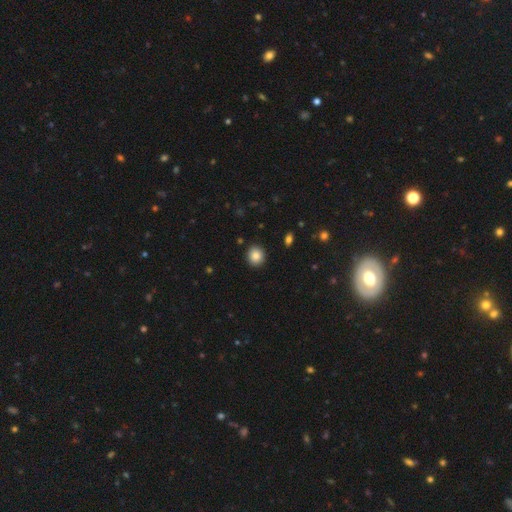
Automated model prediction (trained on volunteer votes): smooth-or-featured: smooth: 86% | star or artifact: 9% | featured or disk: 5%
  how-rounded: round: 83% | in between: 16% | cigar-shaped: 1%
  merging: none: 92% | minor disturbance: 5% | major disturbance: 2% | merger: 1%